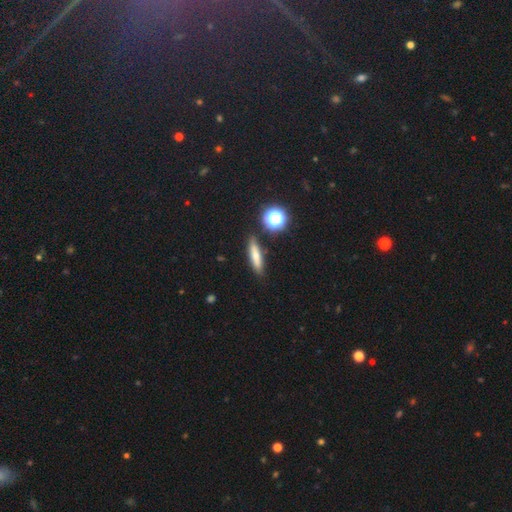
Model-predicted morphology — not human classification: A smooth galaxy with no disk features (67%) that is cigar-shaped (71%).

Vote fractions:
- Smooth or featured? smooth: 67% / featured or disk: 21% / star or artifact: 13%
- How rounded? cigar-shaped: 71% / in between: 21% / round: 8%
- Merging? none: 84% / minor disturbance: 10% / merger: 3% / major disturbance: 3%